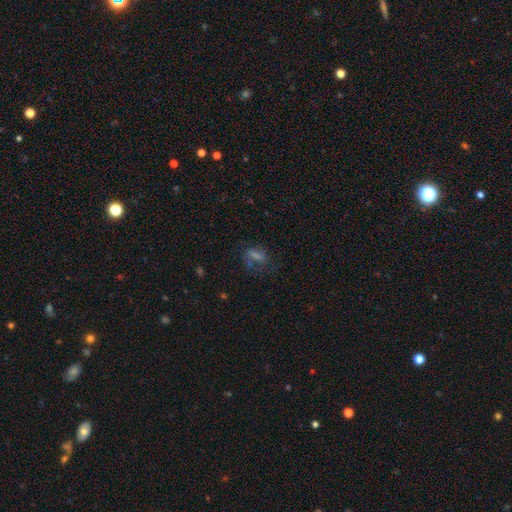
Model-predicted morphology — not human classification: Smooth or featured?
  - smooth: 37% *
  - featured or disk: 33%
  - star or artifact: 30%
Merging?
  - none: 59% *
  - minor disturbance: 19%
  - major disturbance: 18%
  - merger: 3%